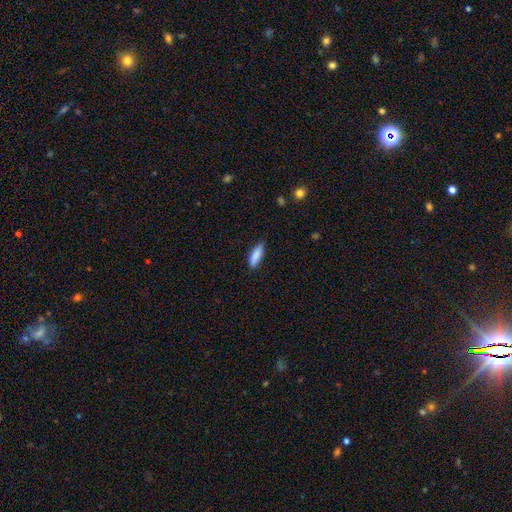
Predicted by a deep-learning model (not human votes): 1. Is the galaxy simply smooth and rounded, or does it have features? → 87% smooth, 6% featured or disk, 6% star or artifact.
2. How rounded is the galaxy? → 49% in between (tied), 49% cigar-shaped (tied), 2% round.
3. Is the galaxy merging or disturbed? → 81% none, 15% minor disturbance, 2% major disturbance, 1% merger.